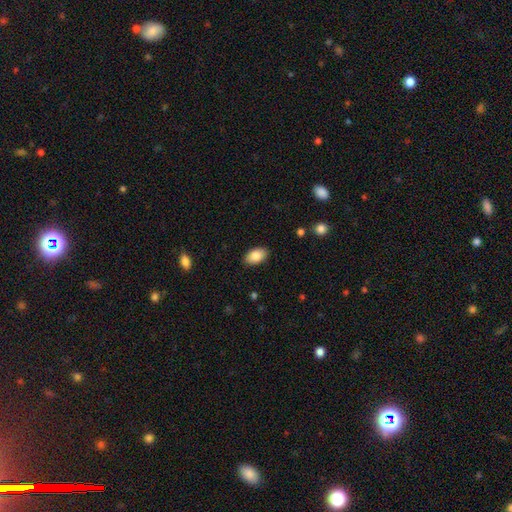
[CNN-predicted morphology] Smooth or featured? smooth (86%)
How rounded? in between (93%)
Merging? none (88%)